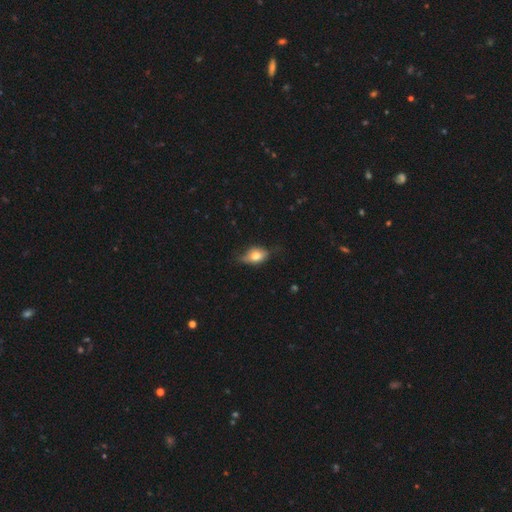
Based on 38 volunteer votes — Q: Smooth or featured?
A: smooth (61%); runner-up: featured or disk (34%)
Q: How rounded?
A: in between (70%); runner-up: round (26%)
Q: Merging?
A: none (69%); runner-up: minor disturbance (22%)